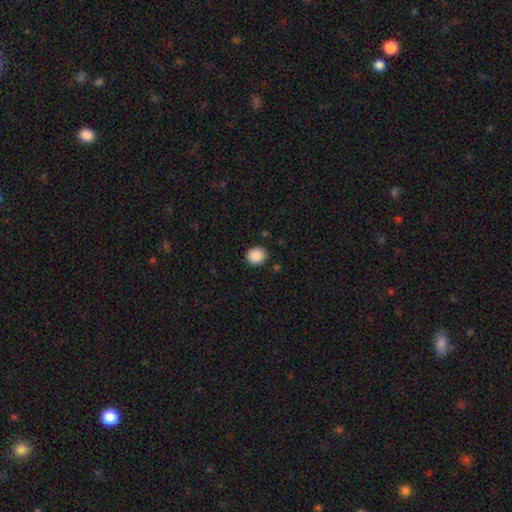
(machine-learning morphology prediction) smooth-or-featured: smooth: 89% | star or artifact: 8% | featured or disk: 2%
  how-rounded: round: 73% | in between: 26% | cigar-shaped: 1%
  merging: none: 88% | minor disturbance: 8% | major disturbance: 2% | merger: 1%